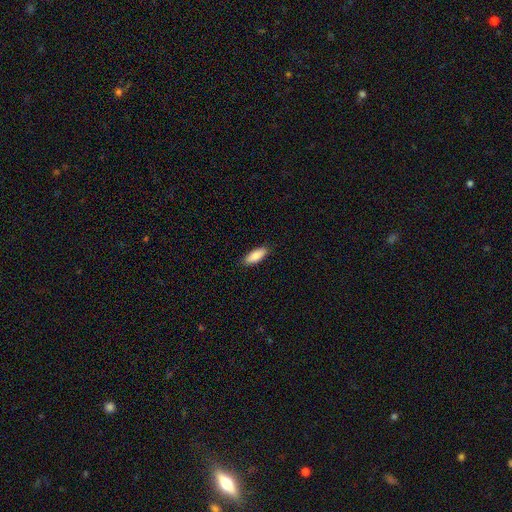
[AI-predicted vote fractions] The model was most divided on "how rounded": in between: 74%, cigar-shaped: 24%, round: 2%. More confident: merging — none (89%); smooth or featured — smooth (86%).